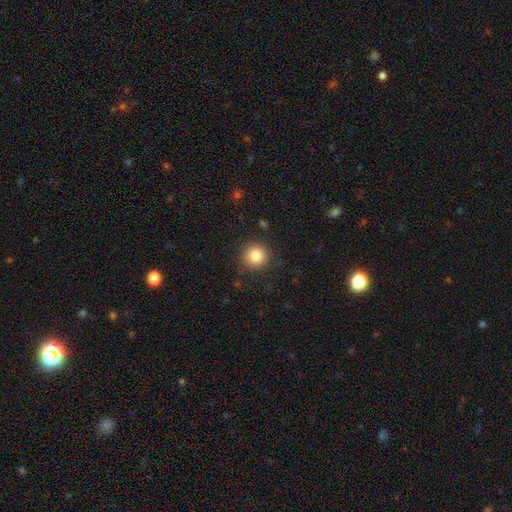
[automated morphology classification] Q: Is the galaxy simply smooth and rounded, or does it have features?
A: smooth — 83%.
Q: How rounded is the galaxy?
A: round — 93%.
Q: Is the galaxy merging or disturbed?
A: none — 87%.